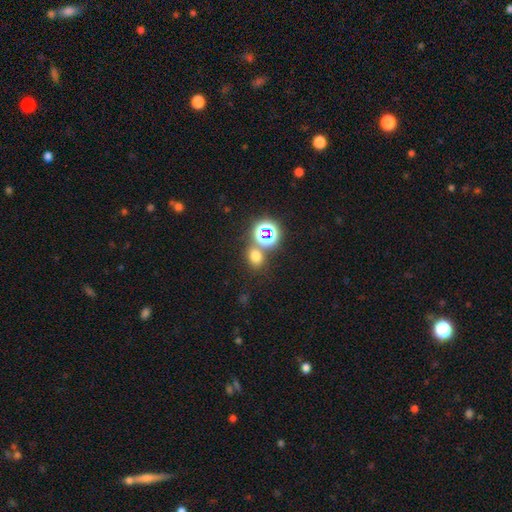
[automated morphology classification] Smooth or featured? smooth (64%)
How rounded? round (56%)
Merging? none (70%)